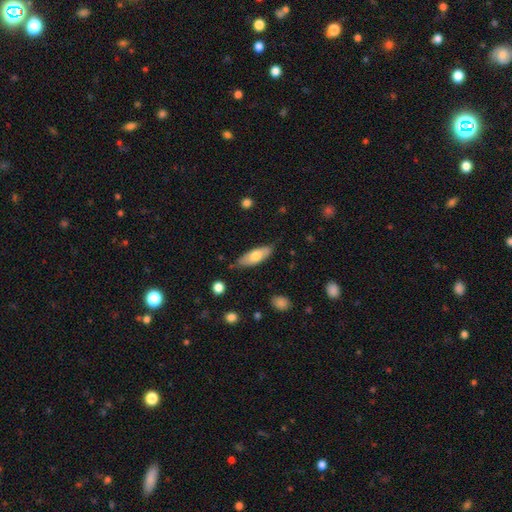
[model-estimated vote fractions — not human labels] Smooth or featured? smooth (68%)
How rounded? in between (70%)
Merging? none (76%)